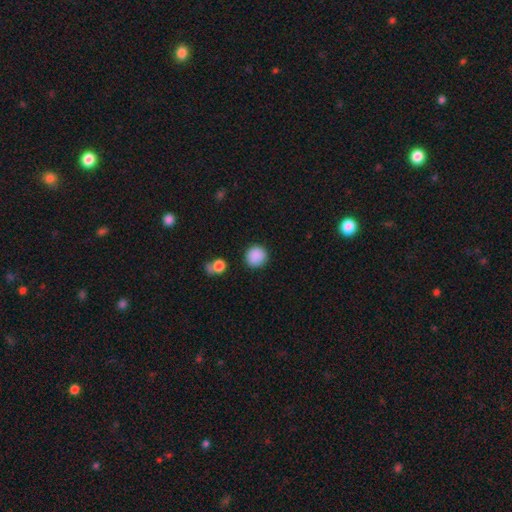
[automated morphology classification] Smooth or featured? smooth (88%)
How rounded? round (92%)
Merging? none (87%)